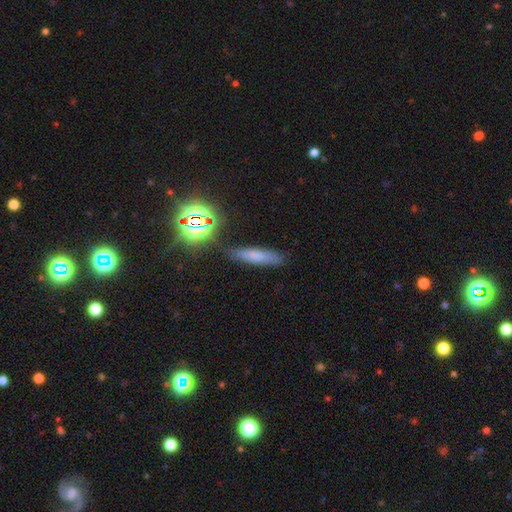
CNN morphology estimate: This appears to be a smooth galaxy with no disk features (61%) that is cigar-shaped (70%). Merging: none (80%).